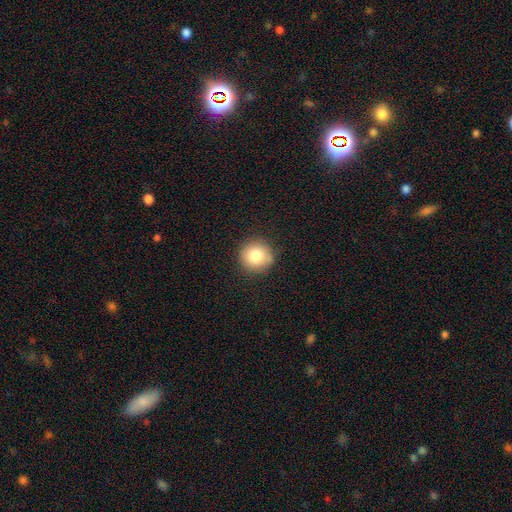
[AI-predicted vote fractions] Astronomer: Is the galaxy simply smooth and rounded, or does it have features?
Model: smooth — 81%.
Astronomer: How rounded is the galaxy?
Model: round — 94%.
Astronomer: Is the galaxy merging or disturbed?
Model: none — 86%.